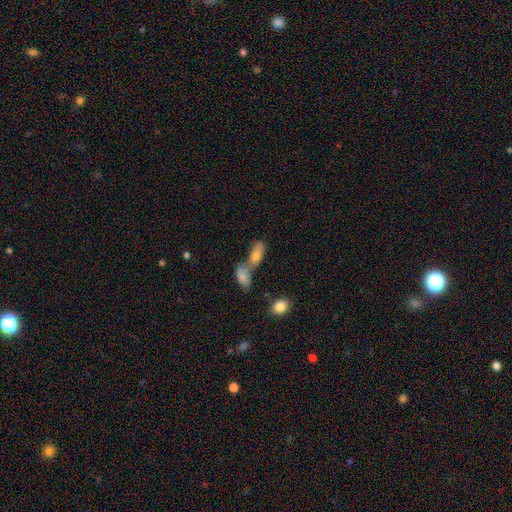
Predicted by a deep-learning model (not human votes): Overall: smooth (68%). How rounded: in between (76%). Merging: merger (52%; none 33%).